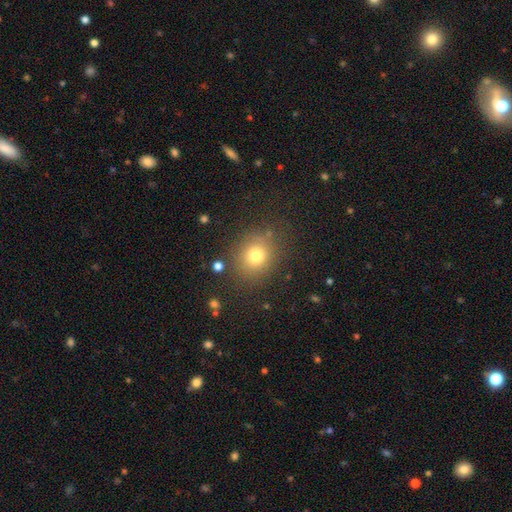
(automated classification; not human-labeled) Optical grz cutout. It shows a smooth galaxy with no disk features (76%) that is round (75%). Merging: none (82%).